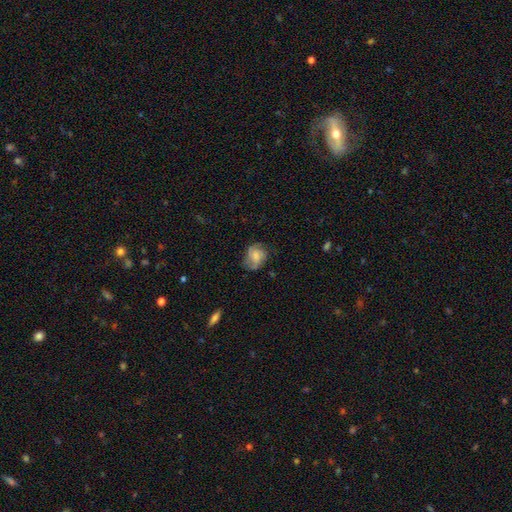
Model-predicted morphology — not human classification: A featured or disk galaxy (49%). Merging: none (61%).